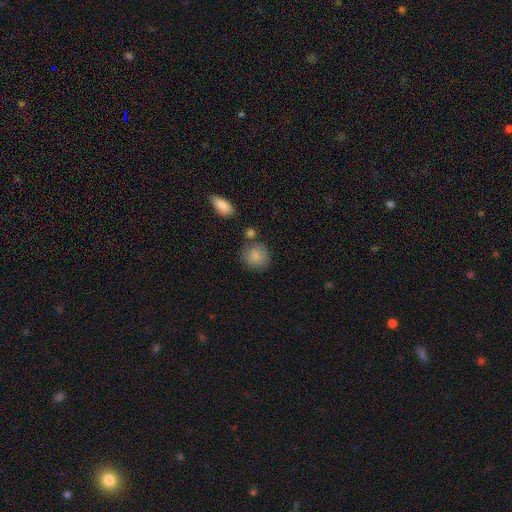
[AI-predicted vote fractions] Smooth or featured? Predicted: smooth (p=0.86). How rounded? Predicted: round (p=0.85). Merging? Predicted: none (p=0.69).